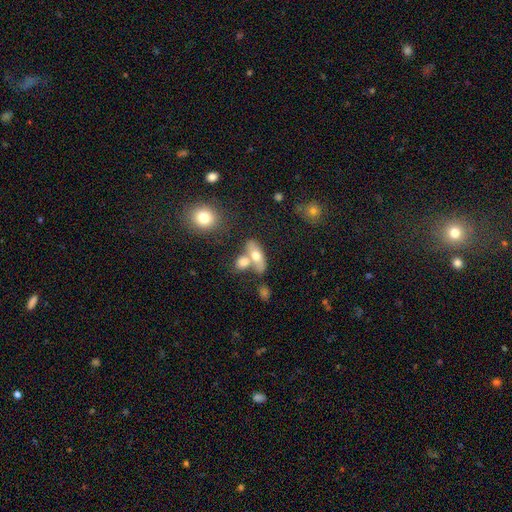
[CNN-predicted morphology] The model was most divided on "merging": merger: 43%, none: 41%, minor disturbance: 11%, major disturbance: 5%. More confident: how rounded — in between (74%); smooth or featured — smooth (65%).